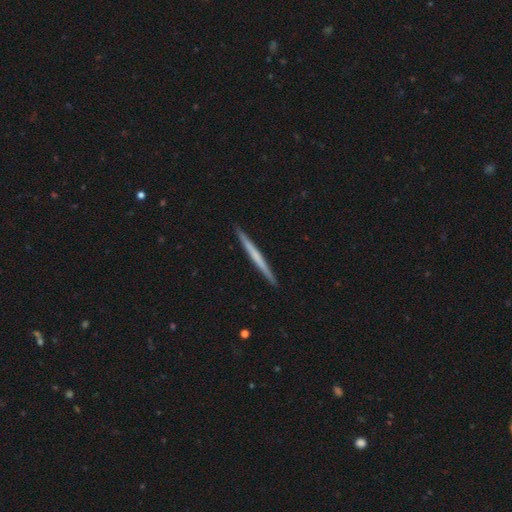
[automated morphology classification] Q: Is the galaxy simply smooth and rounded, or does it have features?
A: featured or disk — 50%.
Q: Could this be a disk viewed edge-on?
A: yes — 98%.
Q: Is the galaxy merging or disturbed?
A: none — 93%.